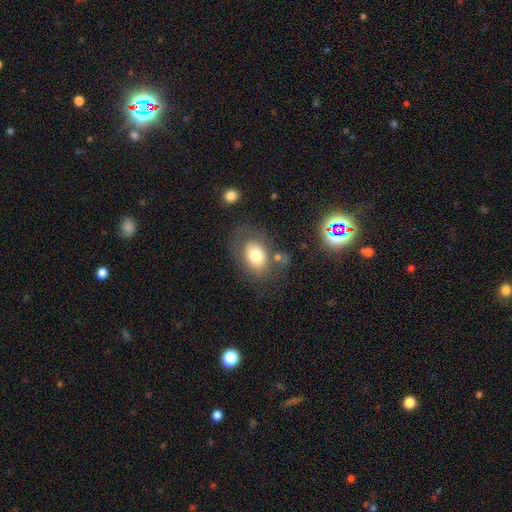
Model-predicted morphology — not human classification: Smooth or featured: smooth — 73% (featured or disk — 18%)
How rounded: in between — 77% (round — 22%)
Merging: none — 61% (minor disturbance — 19%)